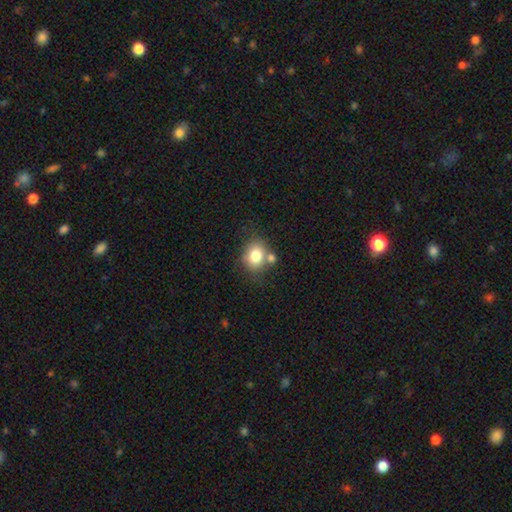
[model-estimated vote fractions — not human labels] This appears to be a smooth galaxy with no disk features (79%) that is round (61%). Merging: none (57%).